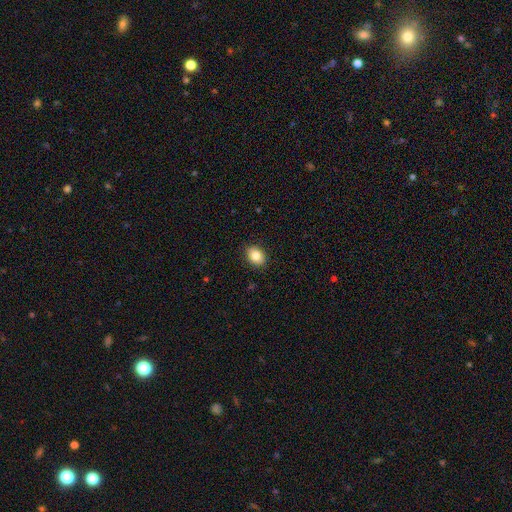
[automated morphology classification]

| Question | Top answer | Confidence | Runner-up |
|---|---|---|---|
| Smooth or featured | smooth | 83% | star or artifact (9%) |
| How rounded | in between | 65% | round (34%) |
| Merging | none | 89% | minor disturbance (8%) |